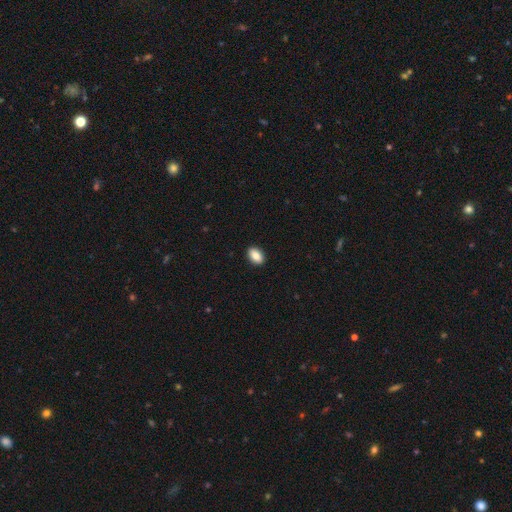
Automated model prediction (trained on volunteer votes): smooth_or_featured: smooth (p=0.88) [alt: star or artifact p=0.07]
how_rounded: in between (p=0.88) [alt: round p=0.10]
merging: none (p=0.92) [alt: minor disturbance p=0.06]